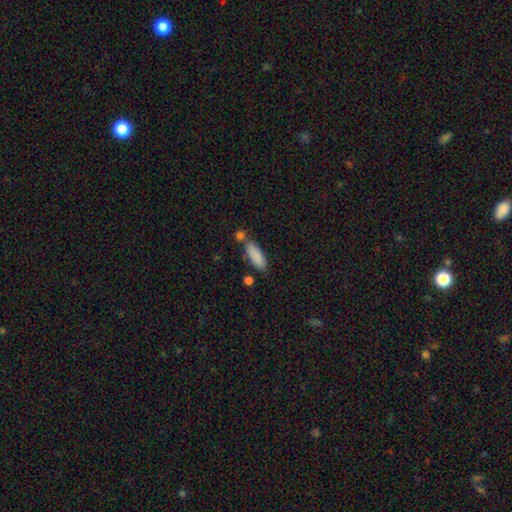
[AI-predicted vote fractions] Q: Smooth or featured?
A: smooth (86%); runner-up: featured or disk (7%)
Q: How rounded?
A: in between (72%); runner-up: cigar-shaped (26%)
Q: Merging?
A: none (67%); runner-up: minor disturbance (16%)